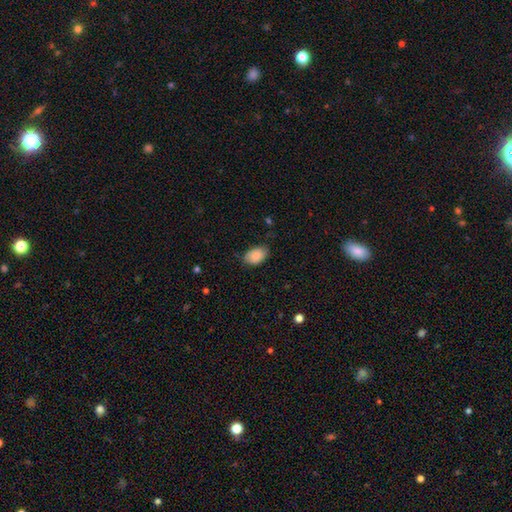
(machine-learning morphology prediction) A smooth galaxy with no disk features (86%) that is in between round and cigar-shaped (89%).

Vote fractions:
- Smooth or featured? smooth: 86% / featured or disk: 7% / star or artifact: 7%
- How rounded? in between: 89% / round: 10% / cigar-shaped: 1%
- Merging? none: 73% / minor disturbance: 22% / major disturbance: 4% / merger: 1%